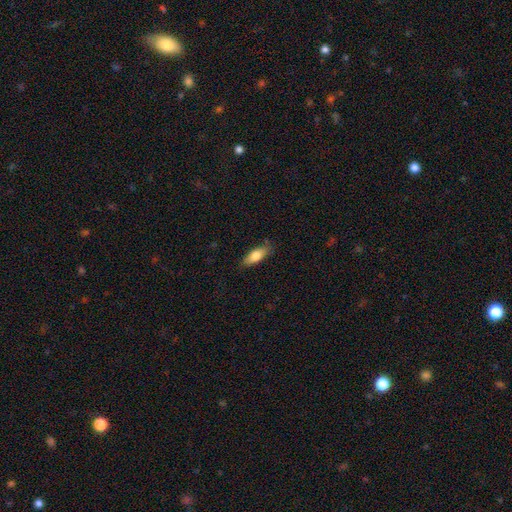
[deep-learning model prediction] A smooth galaxy with no disk features (75%) that is in between round and cigar-shaped (69%).

Vote fractions:
- Smooth or featured? smooth: 75% / featured or disk: 18% / star or artifact: 6%
- How rounded? in between: 69% / cigar-shaped: 28% / round: 2%
- Merging? none: 81% / minor disturbance: 15% / major disturbance: 3% / merger: 1%